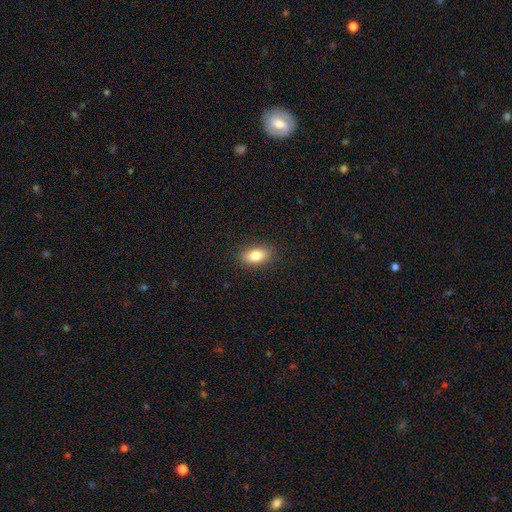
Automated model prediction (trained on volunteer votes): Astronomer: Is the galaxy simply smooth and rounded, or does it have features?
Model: smooth — 83%.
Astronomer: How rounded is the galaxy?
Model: in between — 88%.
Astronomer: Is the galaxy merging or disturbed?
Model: none — 88%.